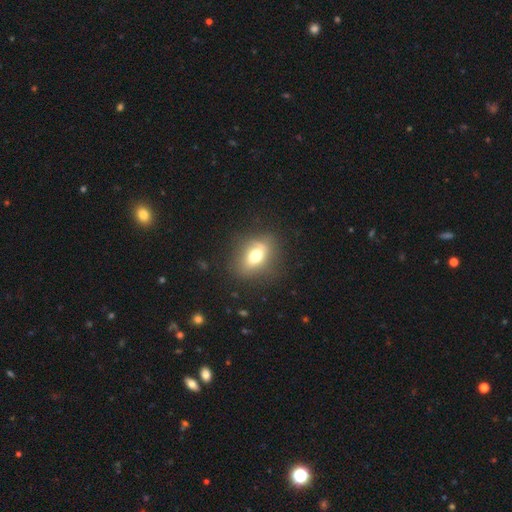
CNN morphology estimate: smooth-or-featured: smooth: 59% | featured or disk: 31% | star or artifact: 10%
  how-rounded: in between: 71% | round: 25% | cigar-shaped: 4%
  merging: none: 69% | minor disturbance: 21% | major disturbance: 8% | merger: 2%